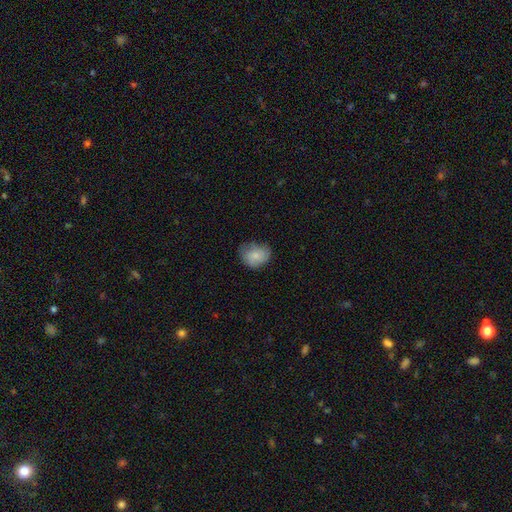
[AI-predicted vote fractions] Smooth or featured?
  - smooth: 80% *
  - featured or disk: 12%
  - star or artifact: 8%
How rounded?
  - round: 53% *
  - in between: 46%
  - cigar-shaped: 1%
Merging?
  - none: 60% *
  - minor disturbance: 30%
  - major disturbance: 8%
  - merger: 1%